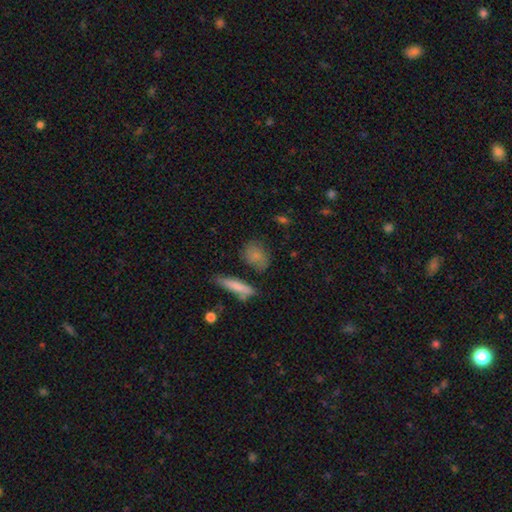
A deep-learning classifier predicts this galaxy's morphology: A smooth galaxy with no disk features (78%) that is in between round and cigar-shaped (53%).

Vote fractions:
- Smooth or featured? smooth: 78% / featured or disk: 13% / star or artifact: 9%
- How rounded? in between: 53% / round: 38% / cigar-shaped: 9%
- Merging? none: 67% / minor disturbance: 19% / merger: 7% / major disturbance: 6%